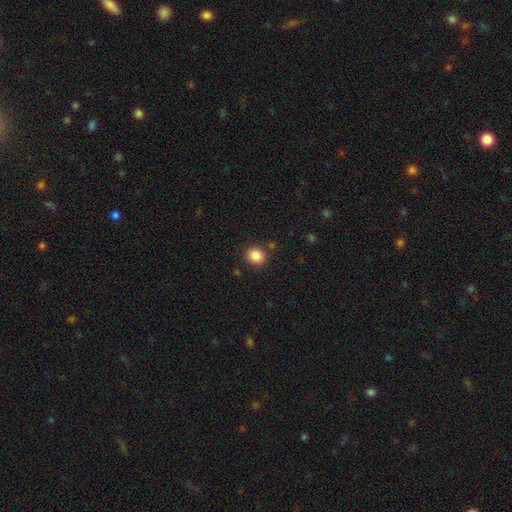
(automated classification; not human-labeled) This appears to be a smooth galaxy with no disk features (86%) that is round (80%). Merging: none (86%).